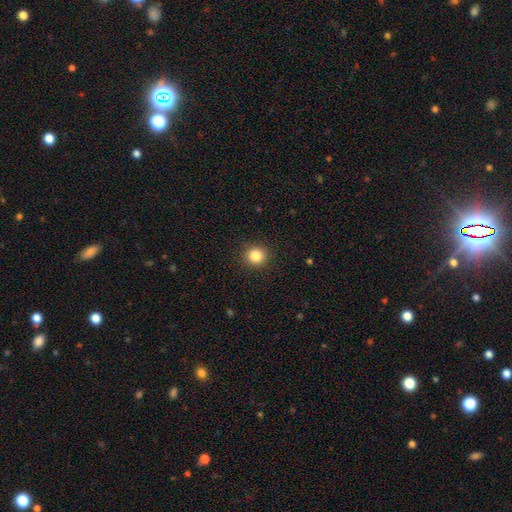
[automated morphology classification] This is clearly a smooth galaxy (85%). How rounded: clearly round (90%). Merging: clearly none (91%).